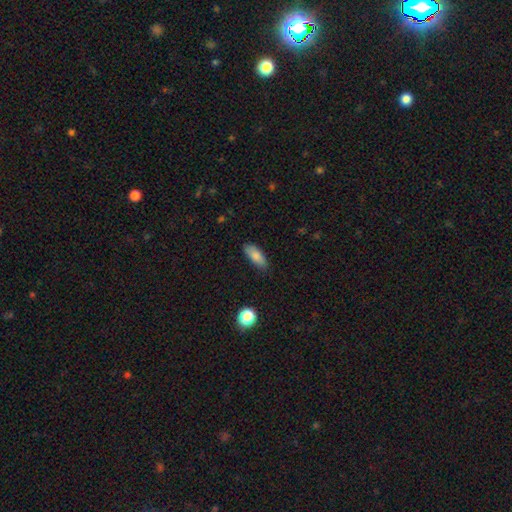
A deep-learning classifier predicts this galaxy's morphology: This appears to be a smooth galaxy with no disk features (83%) that is in between round and cigar-shaped (78%). Merging: none (81%).